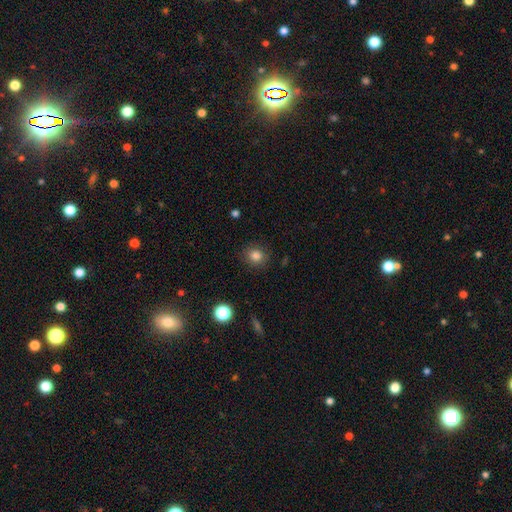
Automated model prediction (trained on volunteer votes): The model was most divided on "how rounded": round: 80%, in between: 19%, cigar-shaped: 1%. More confident: merging — none (88%); smooth or featured — smooth (83%).